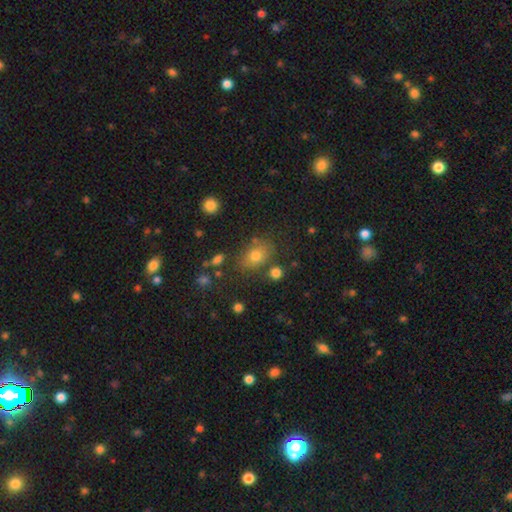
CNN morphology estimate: Smooth or featured?
  - smooth: 73% *
  - star or artifact: 15%
  - featured or disk: 12%
How rounded?
  - in between: 69% *
  - round: 29%
  - cigar-shaped: 2%
Merging?
  - none: 73% *
  - minor disturbance: 14%
  - merger: 8%
  - major disturbance: 5%